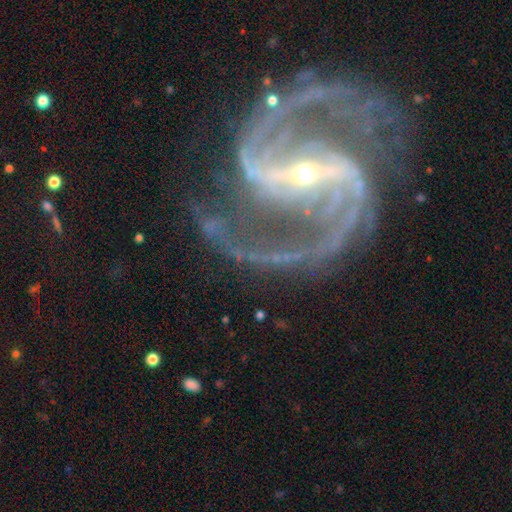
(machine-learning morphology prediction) type=featured or disk (83%); edge-on=no (94%); bar=strong (61%); spiral arms=yes (90%); winding=medium (43%); arm count=2 (60%); bulge=small (58%); merging=none (55%).